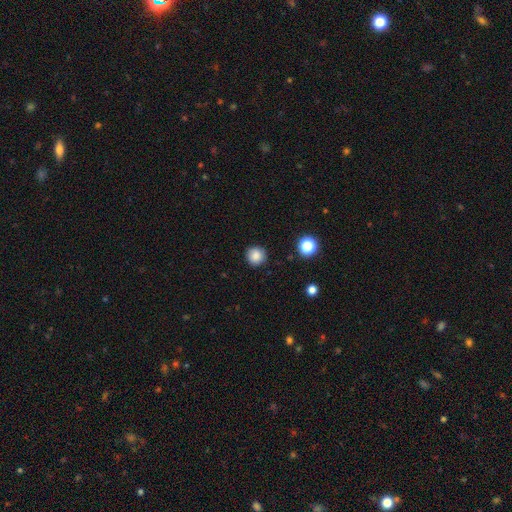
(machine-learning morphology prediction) type=smooth (85%); roundness=round (94%); merging=none (90%).